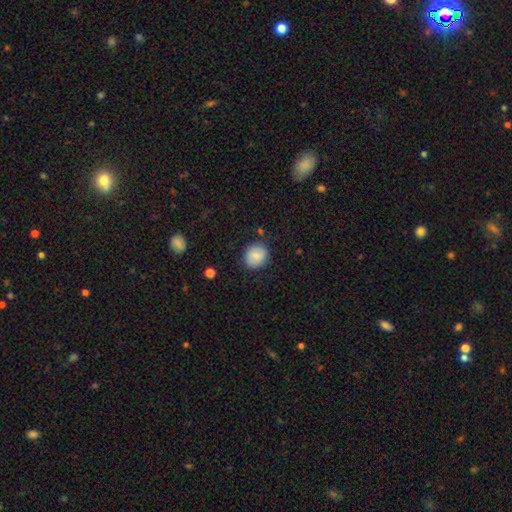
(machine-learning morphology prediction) type=smooth (82%); roundness=round (77%); merging=none (85%).